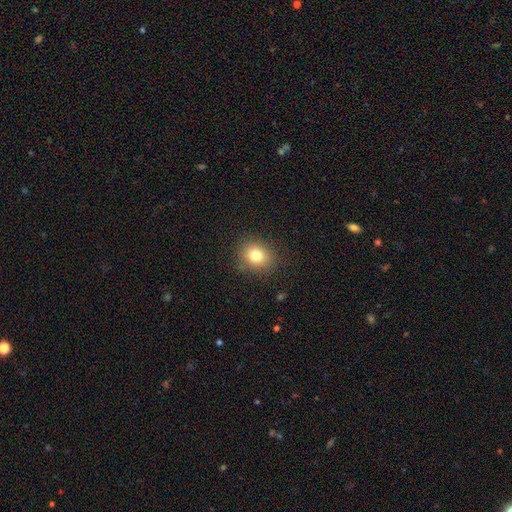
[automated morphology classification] This appears to be a smooth galaxy with no disk features (79%) that is round (63%). Merging: none (85%).